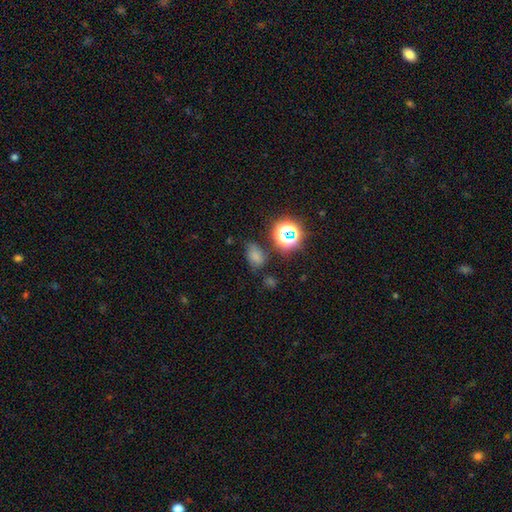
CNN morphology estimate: Q: Smooth or featured?
A: smooth (66%); runner-up: star or artifact (24%)
Q: How rounded?
A: in between (76%); runner-up: round (23%)
Q: Merging?
A: none (60%); runner-up: minor disturbance (25%)